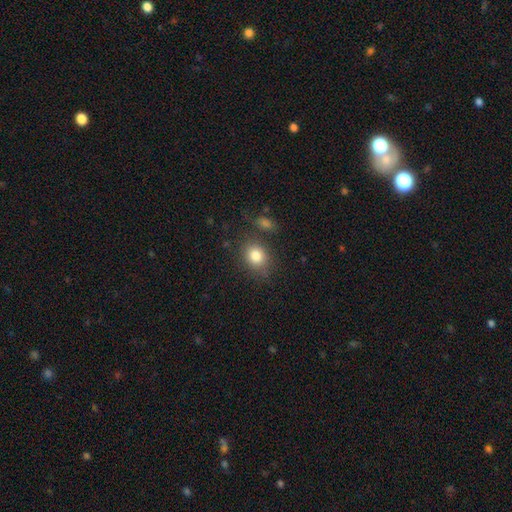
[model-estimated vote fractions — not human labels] The model was most divided on "how rounded": round: 52%, in between: 47%, cigar-shaped: 1%. More confident: smooth or featured — smooth (82%); merging — none (75%).